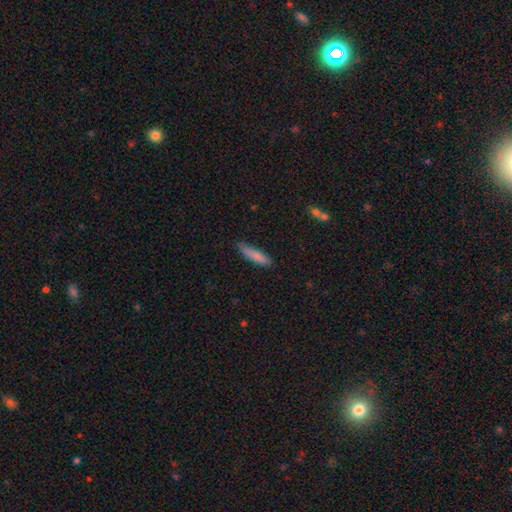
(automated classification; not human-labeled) Smooth or featured?
  - smooth: 81% *
  - featured or disk: 13%
  - star or artifact: 6%
How rounded?
  - cigar-shaped: 78% *
  - in between: 20%
  - round: 2%
Merging?
  - none: 76% *
  - minor disturbance: 19%
  - major disturbance: 3%
  - merger: 2%